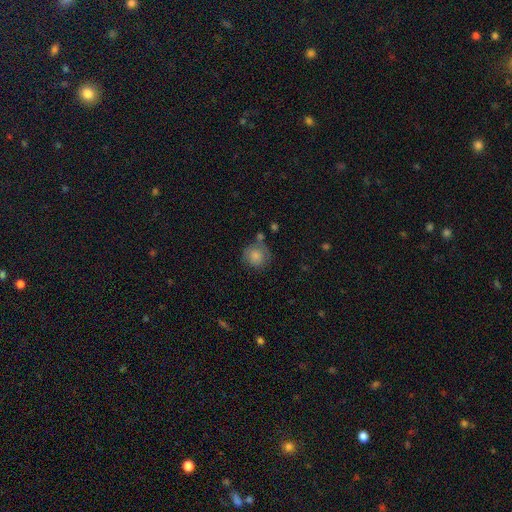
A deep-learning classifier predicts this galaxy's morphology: smooth 80%, featured or disk 11%, star or artifact 9%. Down the decision tree: how rounded — round (87%); merging — none (63%).